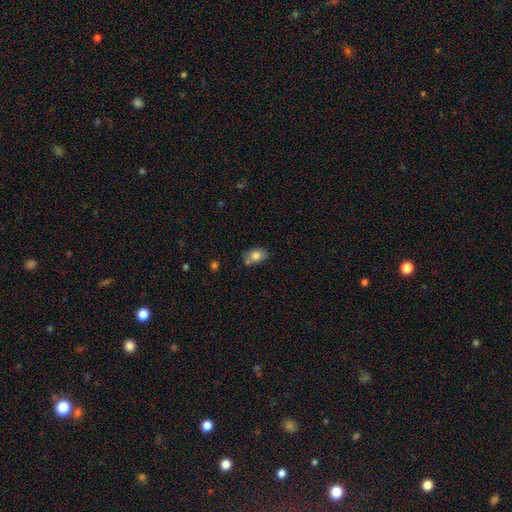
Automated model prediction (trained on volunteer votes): A smooth galaxy with no disk features (78%) that is in between round and cigar-shaped (79%).

Vote fractions:
- Smooth or featured? smooth: 78% / featured or disk: 13% / star or artifact: 9%
- How rounded? in between: 79% / round: 19% / cigar-shaped: 1%
- Merging? none: 66% / minor disturbance: 18% / merger: 12% / major disturbance: 4%